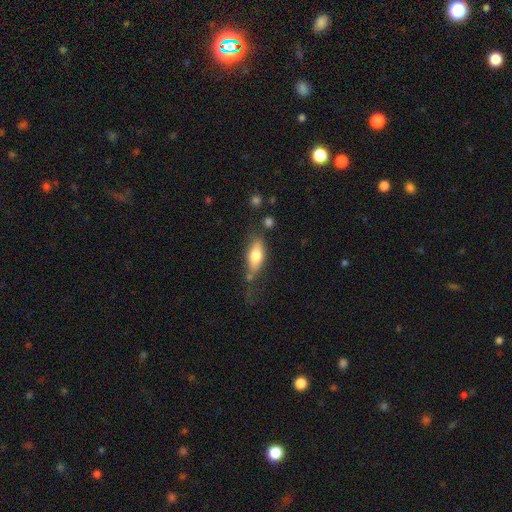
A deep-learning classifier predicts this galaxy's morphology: smooth 70%, featured or disk 23%, star or artifact 7%. Down the decision tree: how rounded — in between (78%); merging — none (53%).